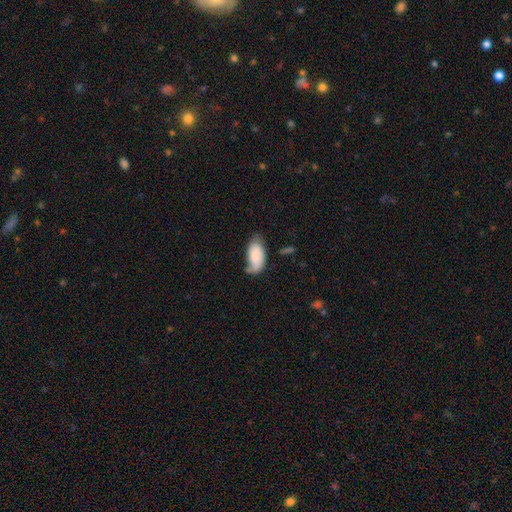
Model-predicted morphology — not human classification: A smooth galaxy with no disk features (80%) that is in between round and cigar-shaped (94%).

Vote fractions:
- Smooth or featured? smooth: 80% / featured or disk: 14% / star or artifact: 6%
- How rounded? in between: 94% / cigar-shaped: 4% / round: 2%
- Merging? none: 42% / minor disturbance: 36% / major disturbance: 15% / merger: 7%